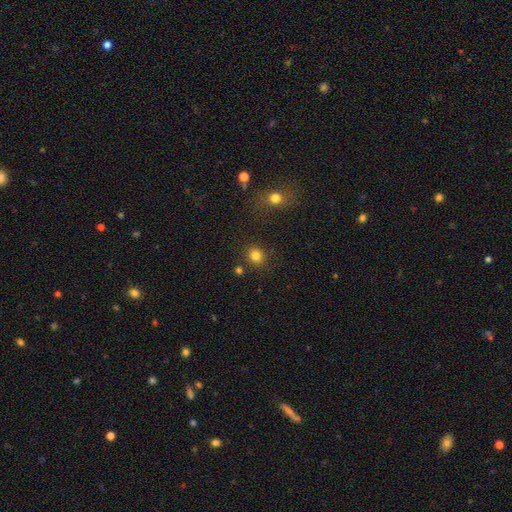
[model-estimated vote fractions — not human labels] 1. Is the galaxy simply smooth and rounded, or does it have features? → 81% smooth, 14% star or artifact, 5% featured or disk.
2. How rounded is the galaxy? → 83% round, 16% in between, 1% cigar-shaped.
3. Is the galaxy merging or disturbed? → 85% none, 8% minor disturbance, 4% merger, 3% major disturbance.